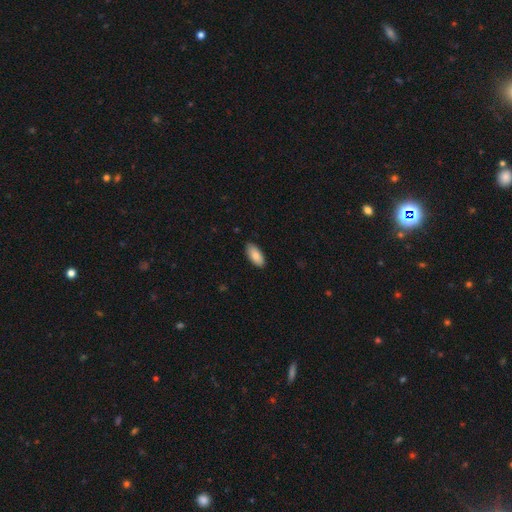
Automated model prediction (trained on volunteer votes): Smooth or featured?
  - smooth: 84% *
  - featured or disk: 9%
  - star or artifact: 6%
How rounded?
  - in between: 90% *
  - cigar-shaped: 9%
  - round: 2%
Merging?
  - none: 87% *
  - minor disturbance: 10%
  - major disturbance: 2%
  - merger: 1%